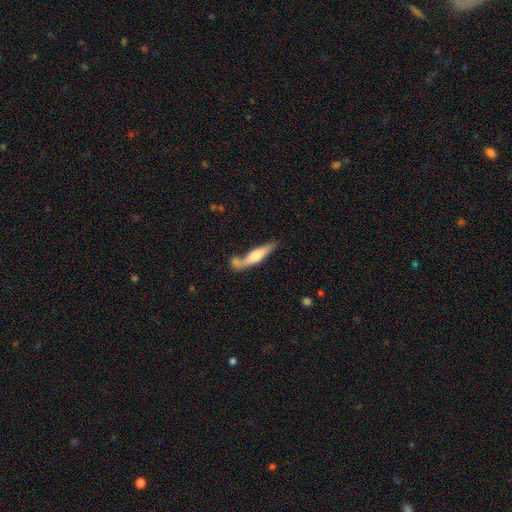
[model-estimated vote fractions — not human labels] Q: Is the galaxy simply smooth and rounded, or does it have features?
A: smooth — 48%.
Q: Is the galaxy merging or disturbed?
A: none — 51%.